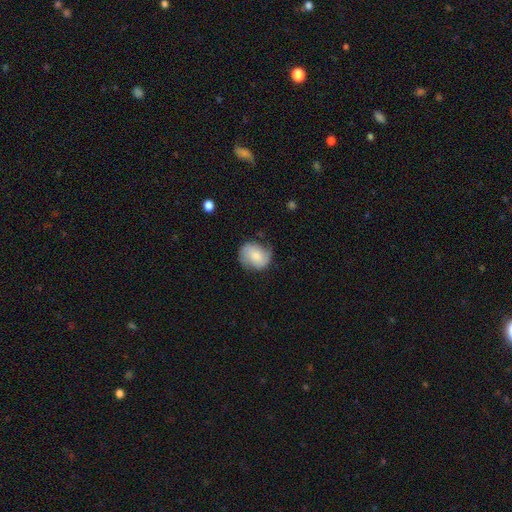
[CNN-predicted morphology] smooth 59%, featured or disk 33%, star or artifact 8%. Down the decision tree: how rounded — round (58%); merging — none (65%).